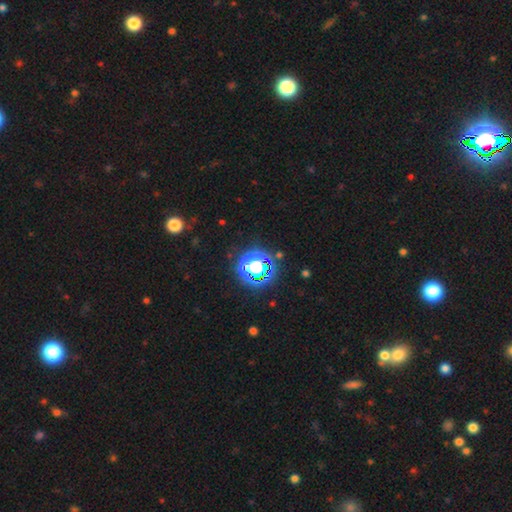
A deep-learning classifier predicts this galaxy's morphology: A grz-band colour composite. It shows a star or artifact, not a galaxy (71%).